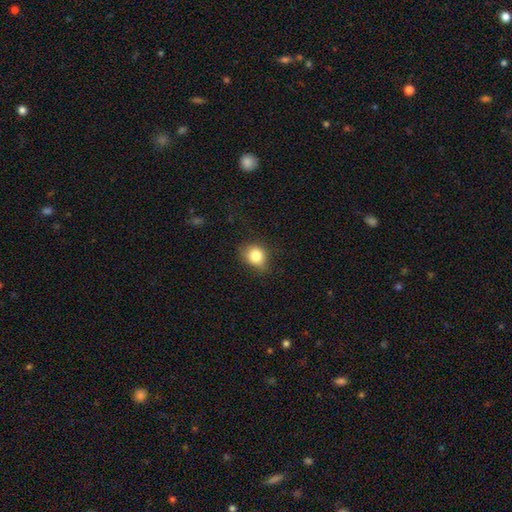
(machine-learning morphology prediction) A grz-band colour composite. It shows a smooth galaxy with no disk features (83%) that is round (58%). Merging: none (67%).